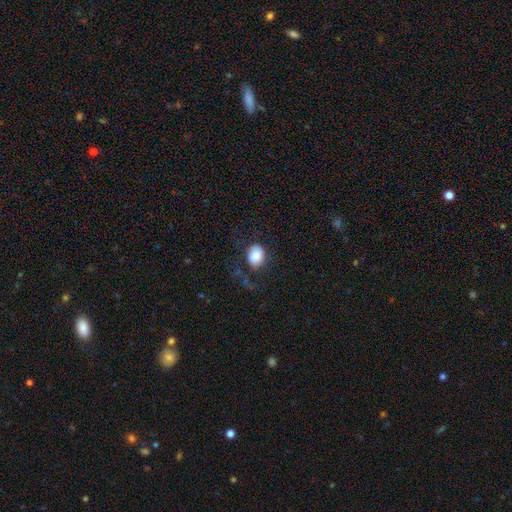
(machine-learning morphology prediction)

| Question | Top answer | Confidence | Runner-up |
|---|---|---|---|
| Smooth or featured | smooth | 83% | featured or disk (8%) |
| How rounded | round | 53% | in between (46%) |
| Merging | none | 59% | minor disturbance (20%) |